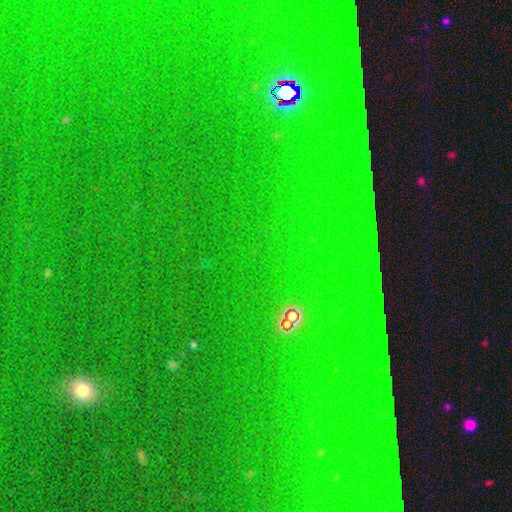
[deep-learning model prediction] This is likely a star or artifact rather than a galaxy (79%).